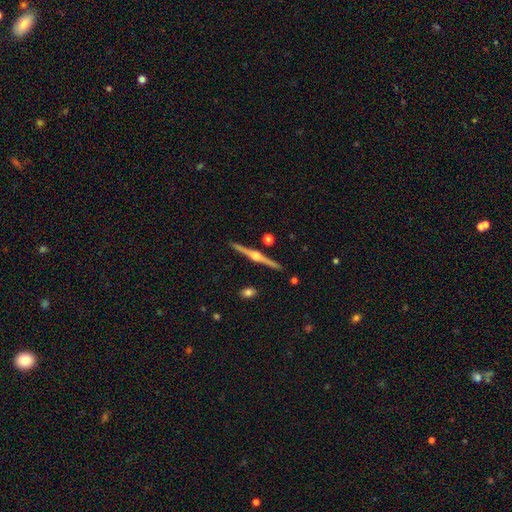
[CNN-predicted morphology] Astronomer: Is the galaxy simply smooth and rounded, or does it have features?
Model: featured or disk — 86%.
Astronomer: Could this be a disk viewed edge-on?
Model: yes — 99%.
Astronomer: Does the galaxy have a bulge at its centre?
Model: rounded — 92%.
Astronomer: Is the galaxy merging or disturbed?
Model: none — 92%.